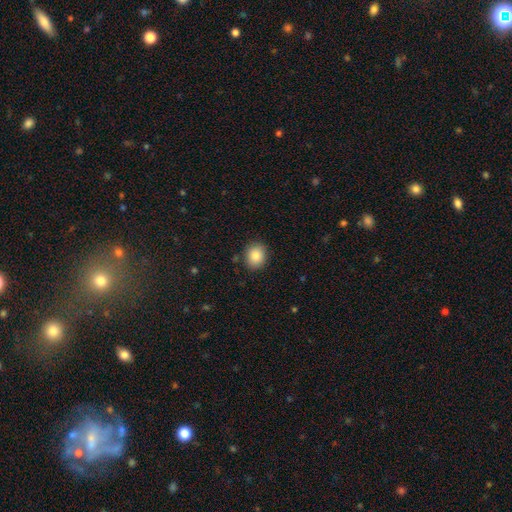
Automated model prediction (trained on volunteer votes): Morphology: type=smooth (86%); roundness=round (61%); merging=none (87%).